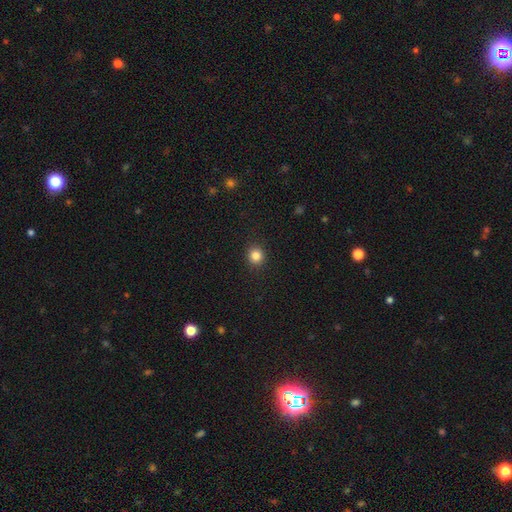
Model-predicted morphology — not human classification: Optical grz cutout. It shows a smooth galaxy with no disk features (84%) that is round (90%). Merging: none (92%).